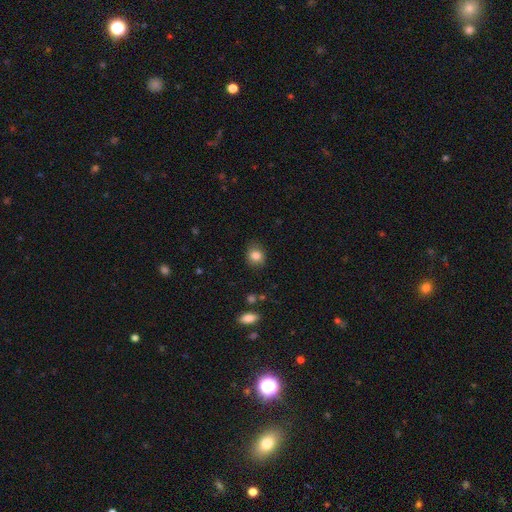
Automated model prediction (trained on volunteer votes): Smooth or featured: smooth — 84% (star or artifact — 10%)
How rounded: round — 69% (in between — 30%)
Merging: none — 84% (minor disturbance — 12%)